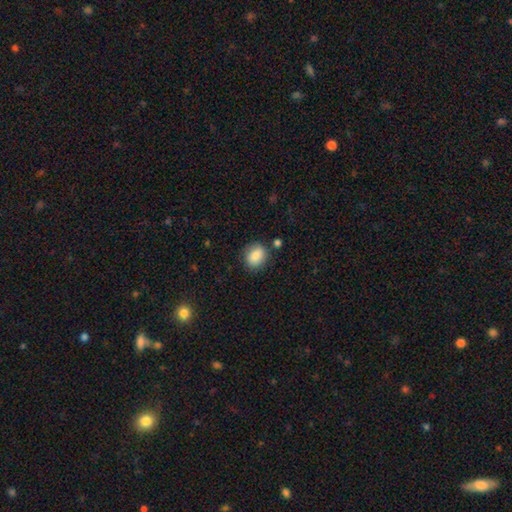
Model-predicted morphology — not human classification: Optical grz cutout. It shows a smooth galaxy with no disk features (87%) that is round (56%). Merging: none (80%).